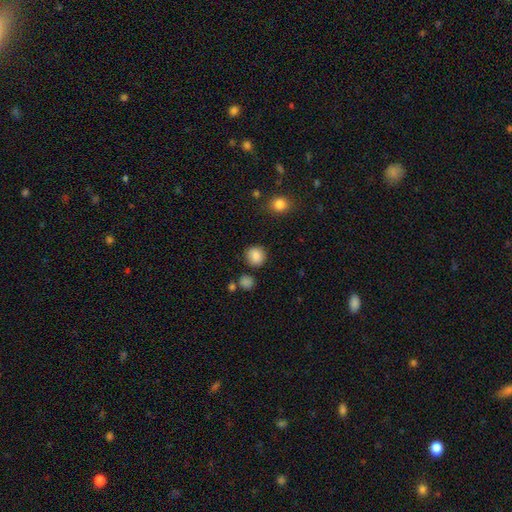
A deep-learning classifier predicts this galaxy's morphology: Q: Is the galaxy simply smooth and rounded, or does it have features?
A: smooth — 86%.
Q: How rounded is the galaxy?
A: round — 88%.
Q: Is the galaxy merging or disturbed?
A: none — 86%.